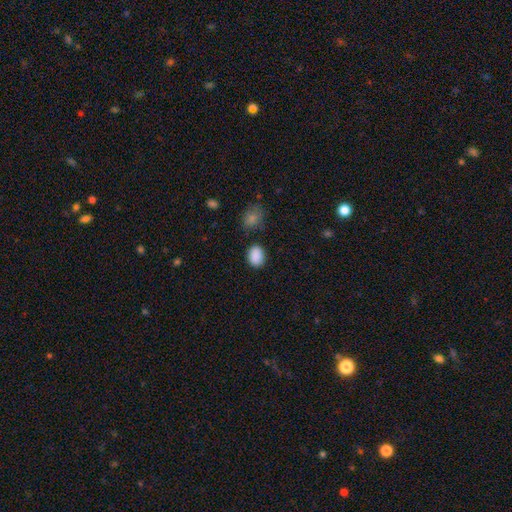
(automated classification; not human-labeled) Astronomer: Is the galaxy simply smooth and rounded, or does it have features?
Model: smooth — 89%.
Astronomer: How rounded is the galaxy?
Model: in between — 70%.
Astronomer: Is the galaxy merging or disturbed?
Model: none — 83%.